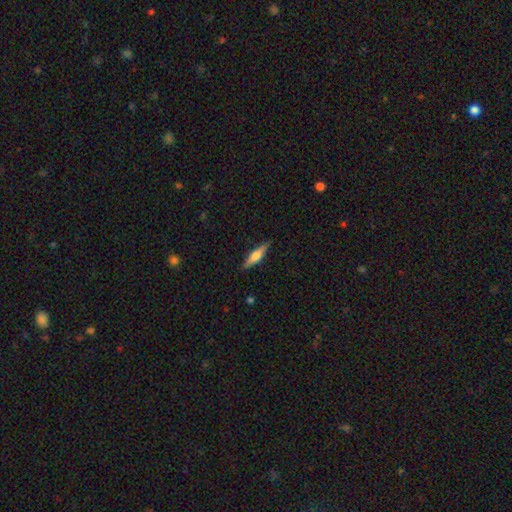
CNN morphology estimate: Q: Smooth or featured?
A: smooth (47%); tied with: featured or disk (47%)
Q: Merging?
A: none (88%); runner-up: minor disturbance (9%)